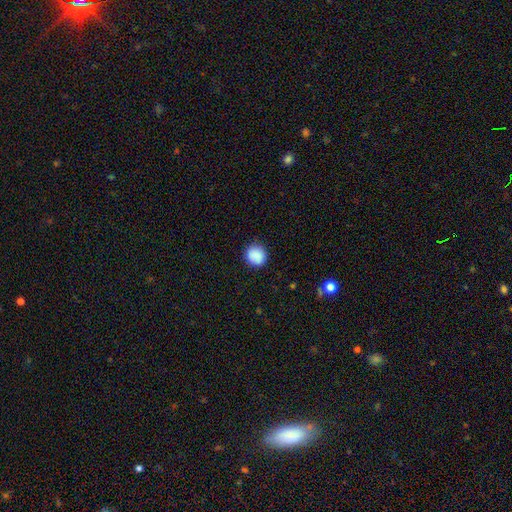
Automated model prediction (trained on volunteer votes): Smooth or featured?
  - smooth: 88% *
  - star or artifact: 8%
  - featured or disk: 3%
How rounded?
  - round: 87% *
  - in between: 12%
  - cigar-shaped: 1%
Merging?
  - none: 88% *
  - minor disturbance: 9%
  - major disturbance: 2%
  - merger: 1%